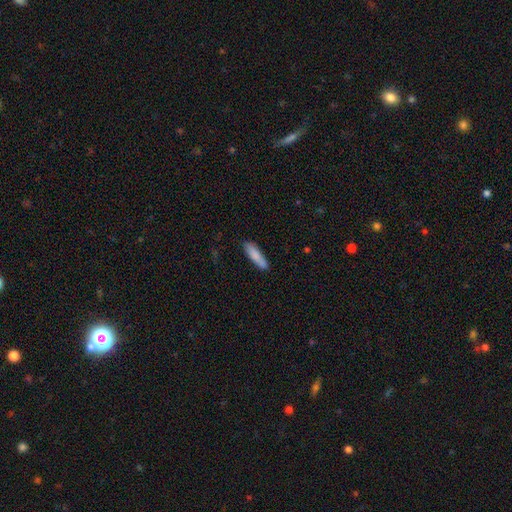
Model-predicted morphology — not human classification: type=smooth (84%); roundness=cigar-shaped (71%); merging=none (84%).